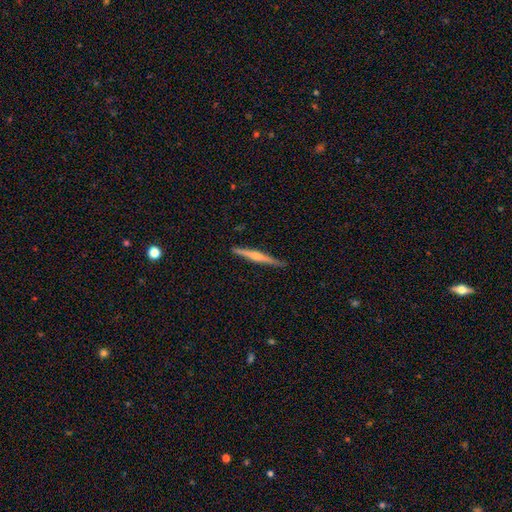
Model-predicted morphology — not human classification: A featured or disk galaxy (72%) viewed edge-on (98%) with a rounded central bulge (83%).

Vote fractions:
- Smooth or featured? featured or disk: 72% / smooth: 22% / star or artifact: 5%
- Edge-on disk? yes: 98% / no: 2%
- Edge-on bulge? rounded: 83% / none: 10% / boxy: 6%
- Merging? none: 90% / minor disturbance: 8% / major disturbance: 1% / merger: 1%